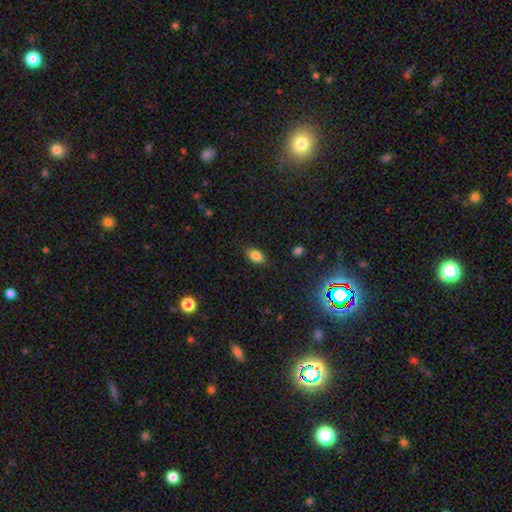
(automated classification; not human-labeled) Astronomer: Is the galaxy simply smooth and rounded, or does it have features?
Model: smooth — 83%.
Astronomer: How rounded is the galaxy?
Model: in between — 88%.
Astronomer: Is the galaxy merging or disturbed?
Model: none — 83%.